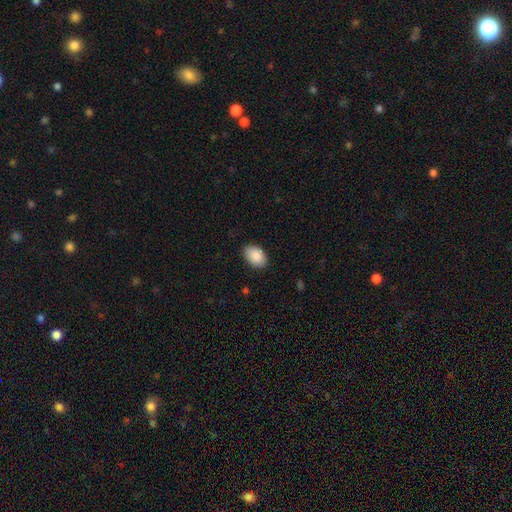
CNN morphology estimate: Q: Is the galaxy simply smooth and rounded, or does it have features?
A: smooth — 90%.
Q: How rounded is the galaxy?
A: in between — 87%.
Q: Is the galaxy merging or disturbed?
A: none — 87%.